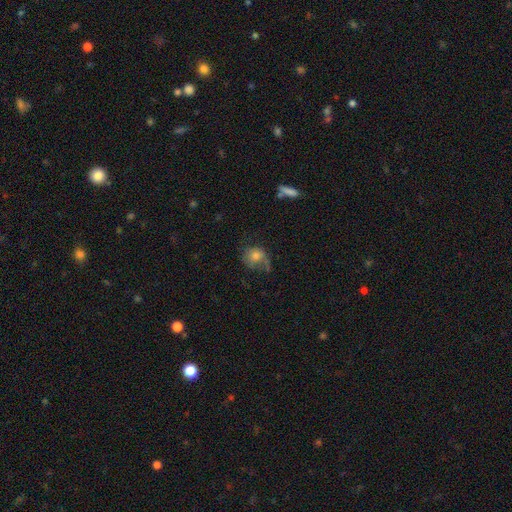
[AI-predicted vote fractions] Smooth or featured?
  - smooth: 58% *
  - featured or disk: 32%
  - star or artifact: 10%
How rounded?
  - round: 69% *
  - in between: 30%
  - cigar-shaped: 1%
Merging?
  - none: 45% *
  - minor disturbance: 26%
  - major disturbance: 25%
  - merger: 3%